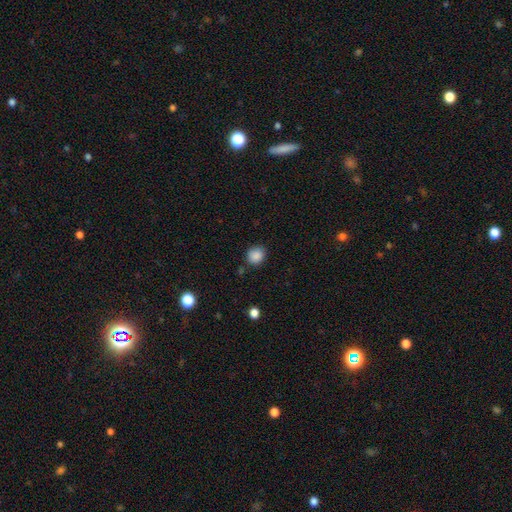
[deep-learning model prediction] smooth-or-featured: smooth: 87% | star or artifact: 10% | featured or disk: 3%
  how-rounded: round: 77% | in between: 22% | cigar-shaped: 1%
  merging: none: 82% | minor disturbance: 12% | major disturbance: 3% | merger: 3%